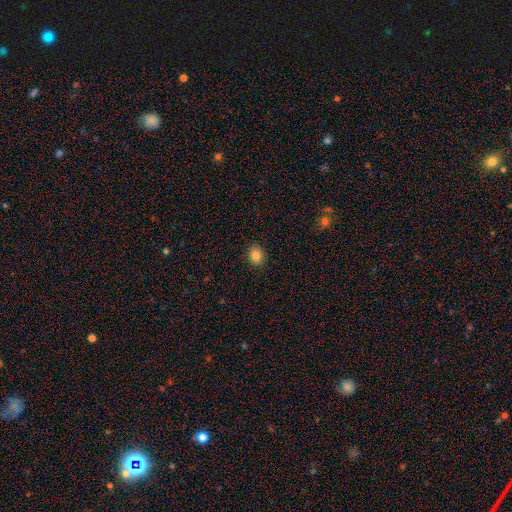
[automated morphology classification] A smooth galaxy with no disk features (85%) that is round (61%).

Vote fractions:
- Smooth or featured? smooth: 85% / star or artifact: 10% / featured or disk: 5%
- How rounded? round: 61% / in between: 38% / cigar-shaped: 1%
- Merging? none: 90% / minor disturbance: 7% / major disturbance: 2% / merger: 1%